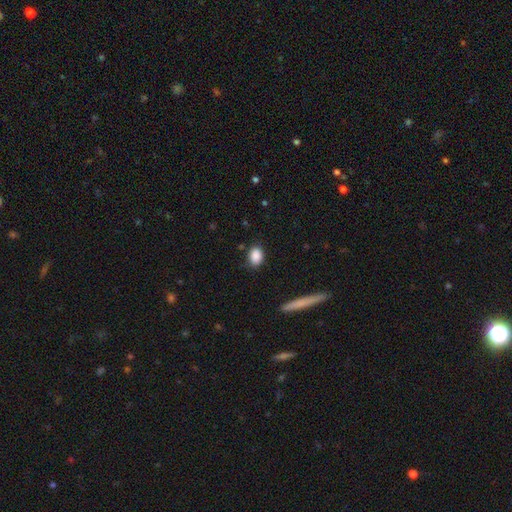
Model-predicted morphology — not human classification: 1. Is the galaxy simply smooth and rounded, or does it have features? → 88% smooth, 8% star or artifact, 4% featured or disk.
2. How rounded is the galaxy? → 76% in between, 22% round, 2% cigar-shaped.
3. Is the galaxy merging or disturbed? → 82% none, 13% minor disturbance, 3% major disturbance, 2% merger.